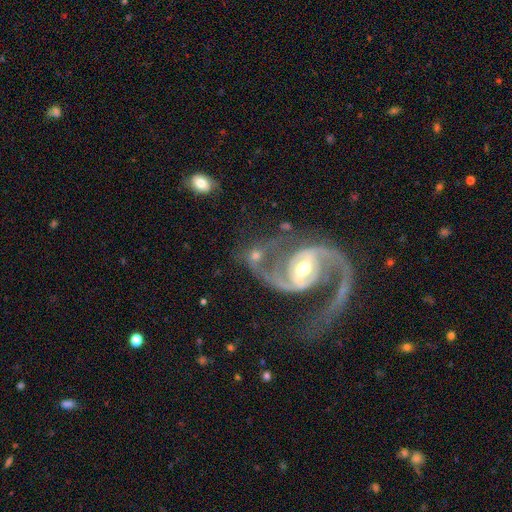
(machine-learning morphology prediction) featured or disk 85%, smooth 8%, star or artifact 7%. Down the decision tree: edge-on disk — no (97%); bar — weak (41%); spiral arms — yes (94%); spiral arm count — 2 (88%); spiral winding — medium (50%); bulge size — moderate (65%); merging — none (46%).